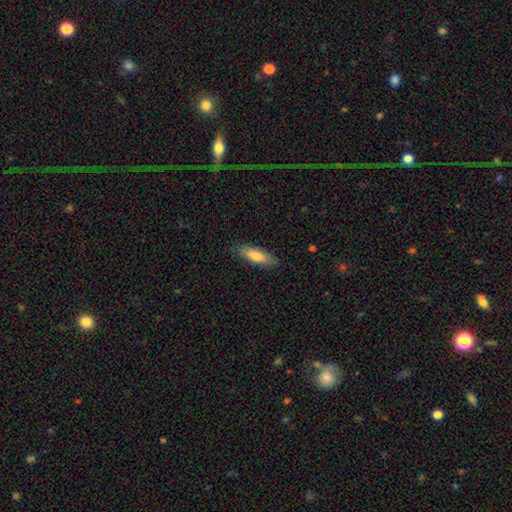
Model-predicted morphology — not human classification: smooth 80%, featured or disk 14%, star or artifact 6%. Down the decision tree: how rounded — in between (50%); merging — none (85%).